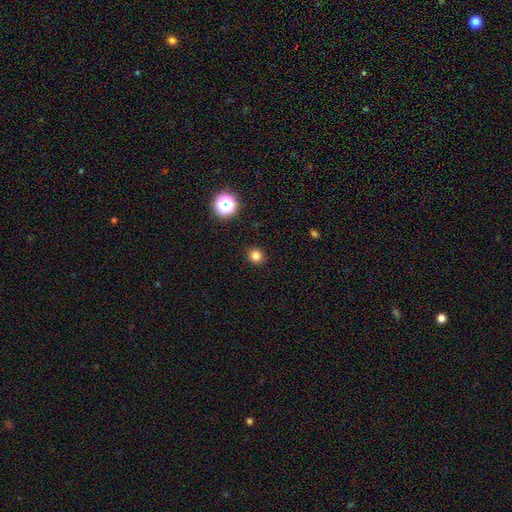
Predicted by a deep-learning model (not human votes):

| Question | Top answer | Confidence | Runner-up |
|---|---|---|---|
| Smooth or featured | smooth | 81% | star or artifact (15%) |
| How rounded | round | 88% | in between (11%) |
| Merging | none | 91% | minor disturbance (5%) |